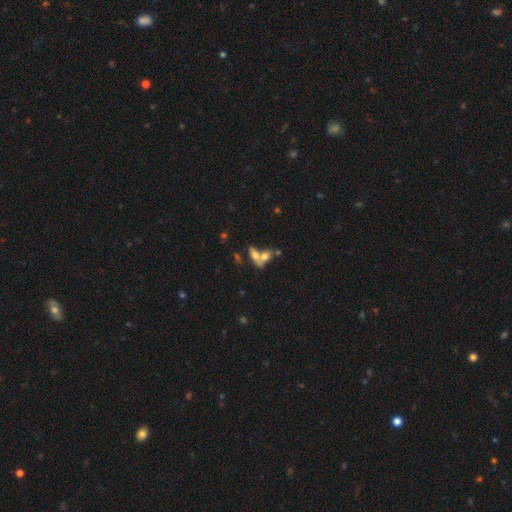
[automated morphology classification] smooth 59%, featured or disk 30%, star or artifact 11%. Down the decision tree: how rounded — in between (73%); merging — merger (56%).